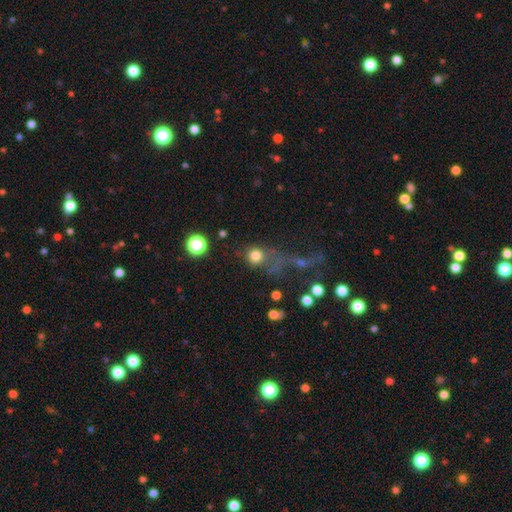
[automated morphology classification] type=smooth (76%); roundness=round (86%); merging=none (46%).